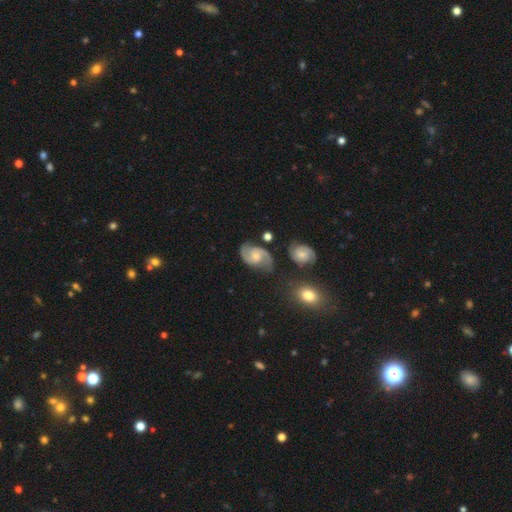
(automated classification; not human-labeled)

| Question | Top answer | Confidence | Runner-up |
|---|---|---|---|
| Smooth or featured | featured or disk | 84% | smooth (11%) |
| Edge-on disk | no | 98% | yes (2%) |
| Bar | no | 58% | weak (36%) |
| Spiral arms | yes | 96% | no (4%) |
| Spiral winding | medium | 55% | tight (23%) |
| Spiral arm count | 2 | 92% | can't tell (3%) |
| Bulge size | moderate | 47% | small (41%) |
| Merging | none | 73% | minor disturbance (17%) |